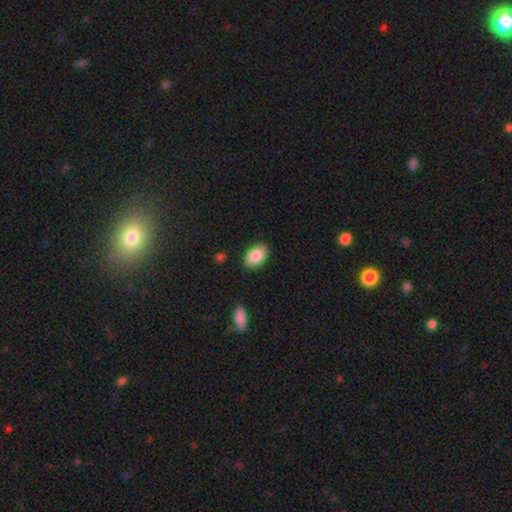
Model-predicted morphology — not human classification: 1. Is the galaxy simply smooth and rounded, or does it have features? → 85% smooth, 8% featured or disk, 6% star or artifact.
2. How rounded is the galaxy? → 90% in between, 9% round, 1% cigar-shaped.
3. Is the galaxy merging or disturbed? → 86% none, 10% minor disturbance, 2% major disturbance, 1% merger.